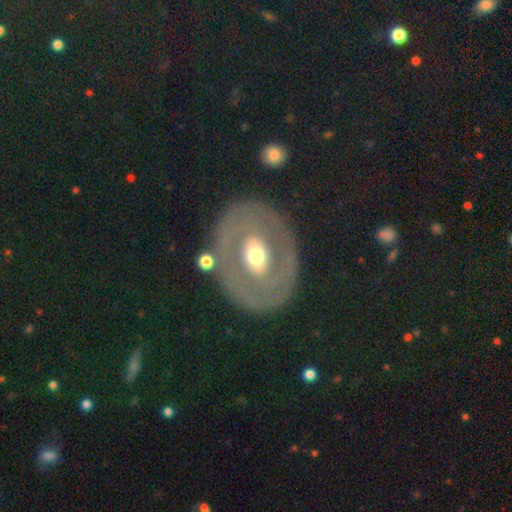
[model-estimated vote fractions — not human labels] Smooth or featured? Predicted: featured or disk (p=0.65). Edge-on disk? Predicted: no (p=0.94). Bar? Predicted: no (p=0.62). Spiral arms? Predicted: no (p=0.74). Bulge size? Predicted: moderate (p=0.66). Merging? Predicted: none (p=0.75).